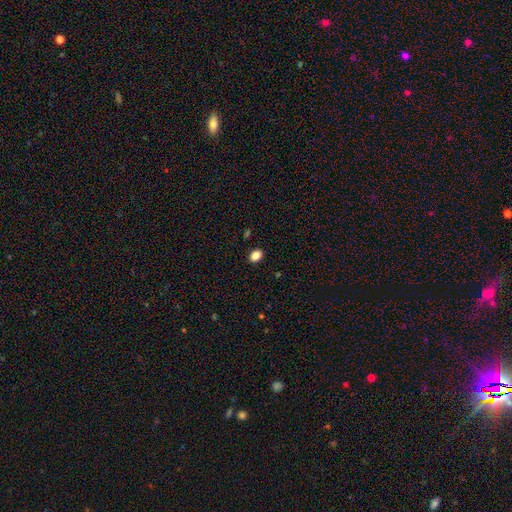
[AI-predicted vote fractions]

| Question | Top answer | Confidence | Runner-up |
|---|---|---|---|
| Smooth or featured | smooth | 86% | star or artifact (10%) |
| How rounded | in between | 72% | round (27%) |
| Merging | none | 90% | minor disturbance (7%) |